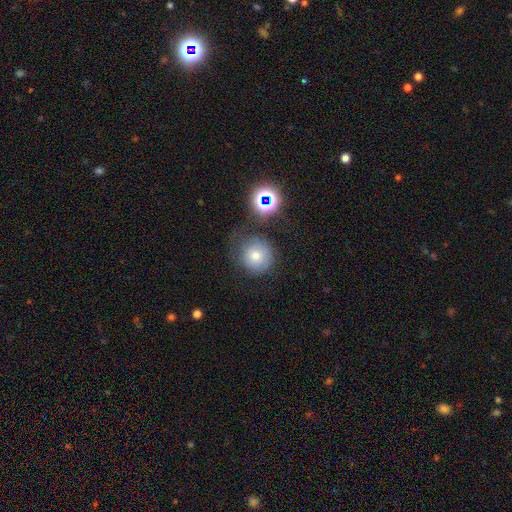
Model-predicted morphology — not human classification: The model was most divided on "merging": none: 58%, minor disturbance: 24%, major disturbance: 12%, merger: 6%. More confident: how rounded — round (91%); smooth or featured — smooth (66%).